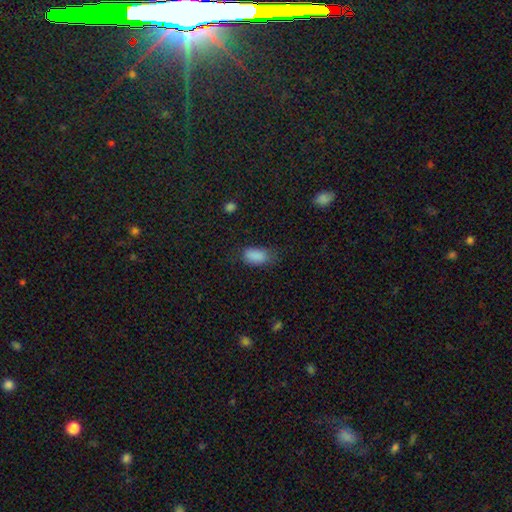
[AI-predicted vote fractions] smooth_or_featured: smooth (p=0.85) [alt: star or artifact p=0.10]
how_rounded: in between (p=0.91) [alt: round p=0.06]
merging: none (p=0.60) [alt: minor disturbance p=0.28]